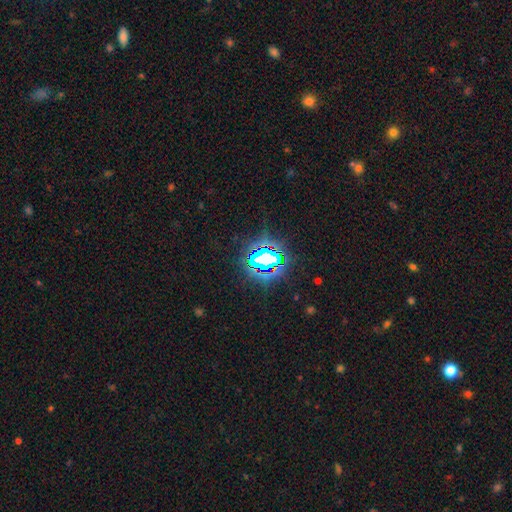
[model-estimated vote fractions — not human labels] smooth-or-featured: star or artifact: 79% | smooth: 13% | featured or disk: 8%